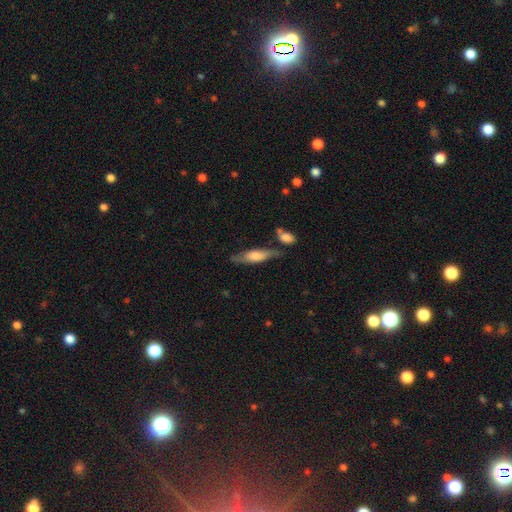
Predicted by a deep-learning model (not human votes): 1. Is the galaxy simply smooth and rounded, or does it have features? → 55% smooth, 39% featured or disk, 6% star or artifact.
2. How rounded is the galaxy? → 61% cigar-shaped, 36% in between, 3% round.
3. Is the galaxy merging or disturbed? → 63% none, 20% minor disturbance, 11% merger, 6% major disturbance.